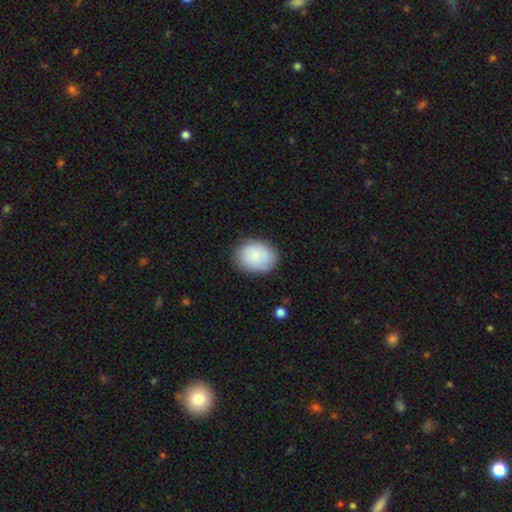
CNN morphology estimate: Smooth or featured? smooth (80%)
How rounded? in between (58%)
Merging? none (83%)